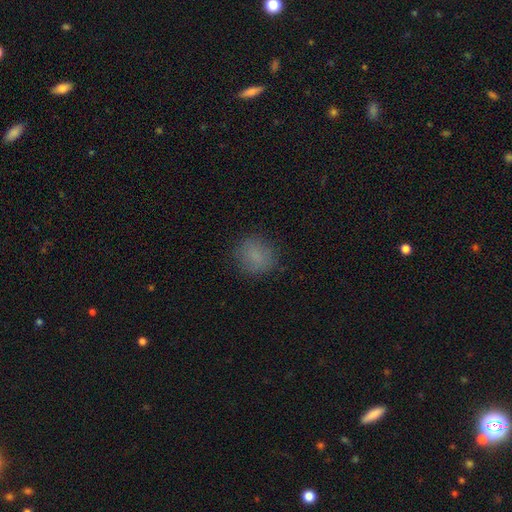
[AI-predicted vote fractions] A smooth galaxy with no disk features (81%) that is round (79%).

Vote fractions:
- Smooth or featured? smooth: 81% / star or artifact: 12% / featured or disk: 7%
- How rounded? round: 79% / in between: 20% / cigar-shaped: 1%
- Merging? none: 82% / minor disturbance: 12% / major disturbance: 4% / merger: 1%